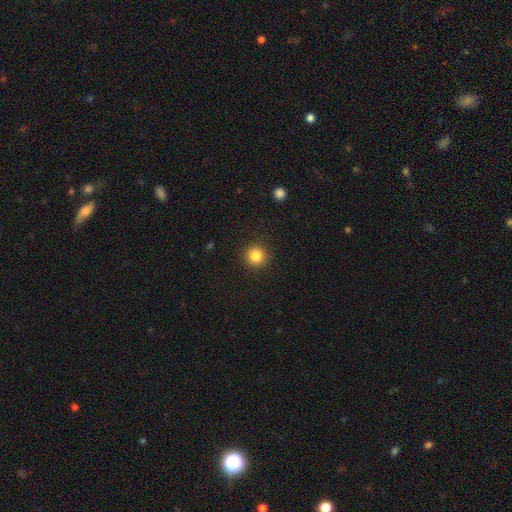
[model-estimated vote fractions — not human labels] smooth-or-featured: smooth: 84% | star or artifact: 11% | featured or disk: 5%
  how-rounded: round: 95% | in between: 4% | cigar-shaped: 1%
  merging: none: 92% | minor disturbance: 5% | major disturbance: 2% | merger: 1%